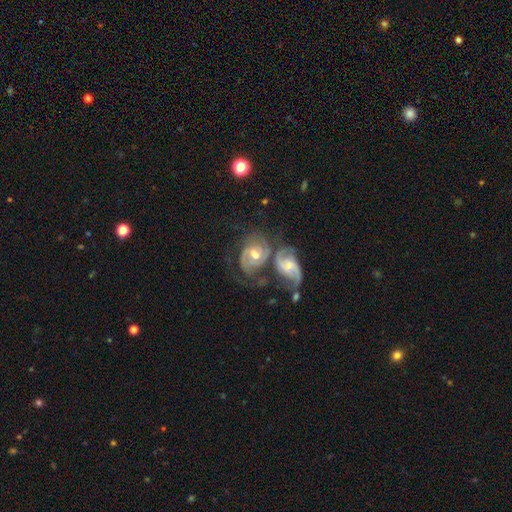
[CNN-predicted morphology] smooth-or-featured: featured or disk: 80% | smooth: 13% | star or artifact: 7%
  disk-edge-on: no: 97% | yes: 3%
    bar: weak: 49% | no: 34% | strong: 16%
    has-spiral-arms: yes: 93% | no: 7%
      spiral-winding: medium: 48% | tight: 34% | loose: 18%
      spiral-arm-count: 2: 71% | can't tell: 13% | 3: 8% | 1: 4% | 4: 2% | more than 4: 2%
    bulge-size: moderate: 64% | small: 26% | large: 7% | none: 2% | dominant: 1%
  merging: merger: 44% | none: 30% | minor disturbance: 14% | major disturbance: 12%